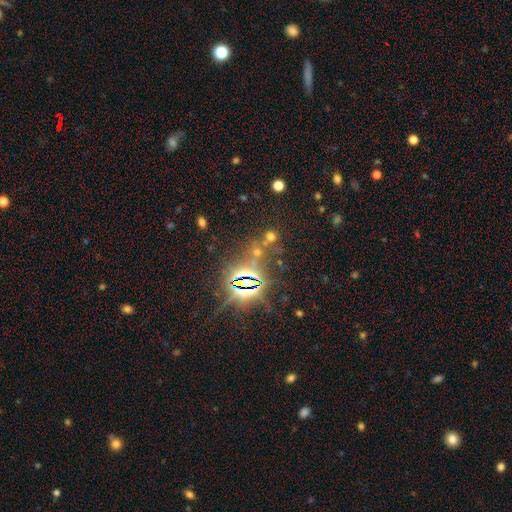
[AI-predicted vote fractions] smooth-or-featured: star or artifact: 74% | smooth: 17% | featured or disk: 10%